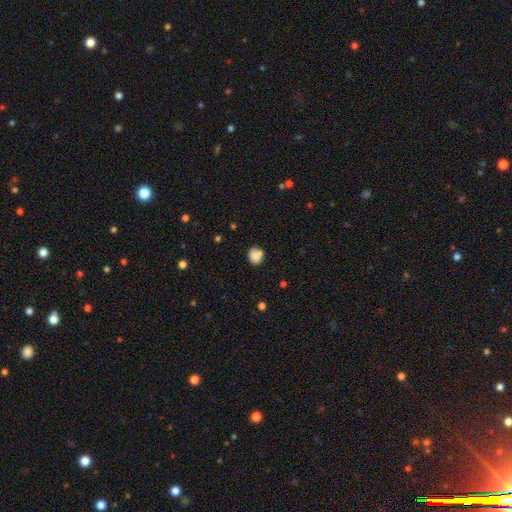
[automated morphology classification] The model was most divided on "merging": none: 55%, merger: 22%, minor disturbance: 18%, major disturbance: 5%. More confident: smooth or featured — smooth (79%); how rounded — round (73%).